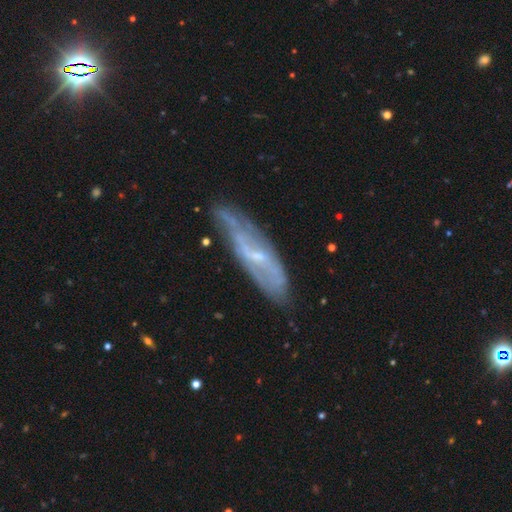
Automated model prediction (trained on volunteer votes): Smooth or featured: featured or disk — 72% (smooth — 20%)
Edge-on disk: no — 67% (yes — 33%)
Merging: none — 68% (minor disturbance — 22%)